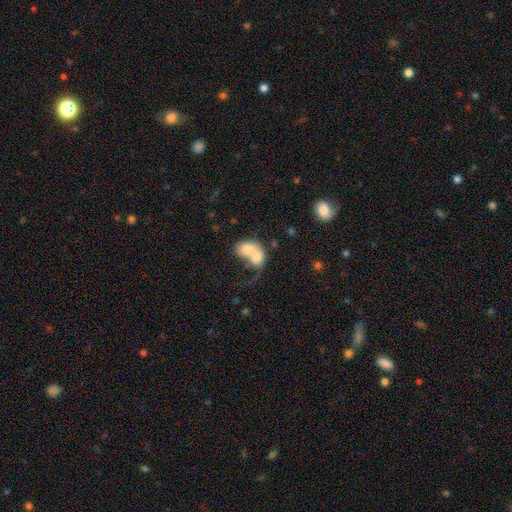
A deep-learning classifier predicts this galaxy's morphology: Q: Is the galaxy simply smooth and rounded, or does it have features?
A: smooth — 68%.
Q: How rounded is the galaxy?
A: in between — 64%.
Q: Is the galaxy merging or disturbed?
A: merger — 76%.